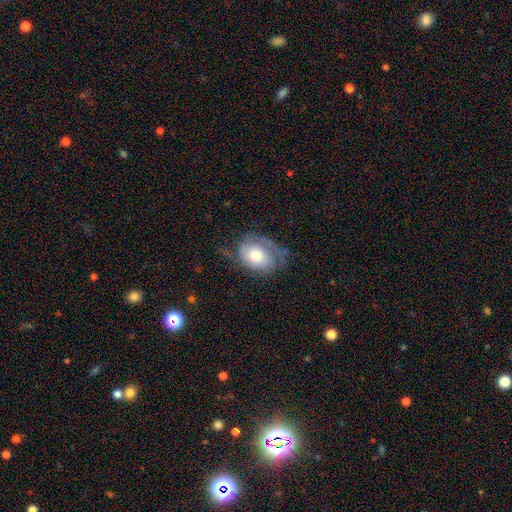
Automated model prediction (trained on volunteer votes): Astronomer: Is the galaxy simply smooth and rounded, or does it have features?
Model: featured or disk — 58% (runner-up: smooth, 35%).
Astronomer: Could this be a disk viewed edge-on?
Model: no — 96%.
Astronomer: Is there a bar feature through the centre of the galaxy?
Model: no — 80%.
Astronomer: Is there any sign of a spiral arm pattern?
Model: yes — 83%.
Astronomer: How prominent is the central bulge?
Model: moderate — 62%.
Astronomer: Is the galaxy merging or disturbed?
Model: none — 52% (runner-up: minor disturbance, 28%).